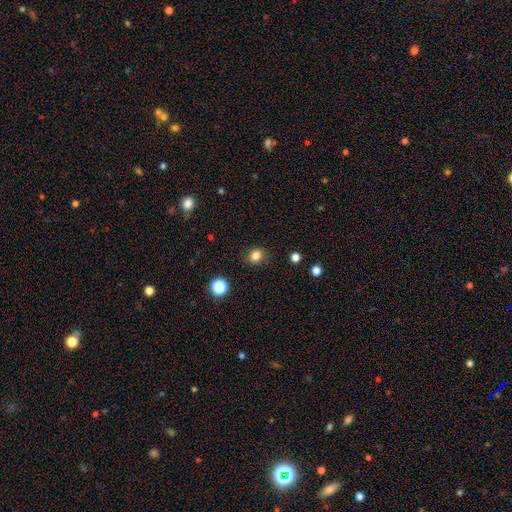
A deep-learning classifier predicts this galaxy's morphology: Smooth or featured? smooth (82%)
How rounded? round (73%)
Merging? none (86%)